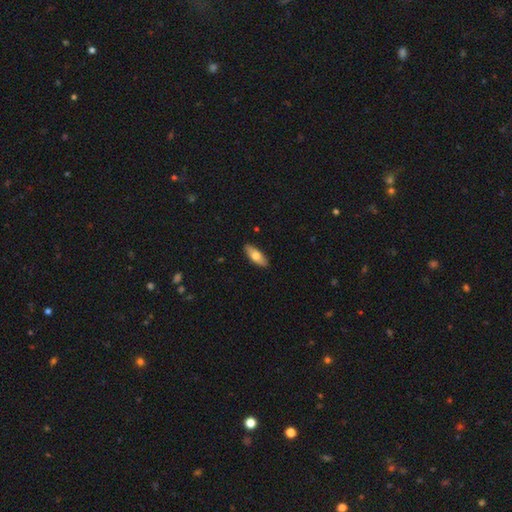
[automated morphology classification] A smooth galaxy with no disk features (67%) that is in between round and cigar-shaped (72%). Merging: none (89%).